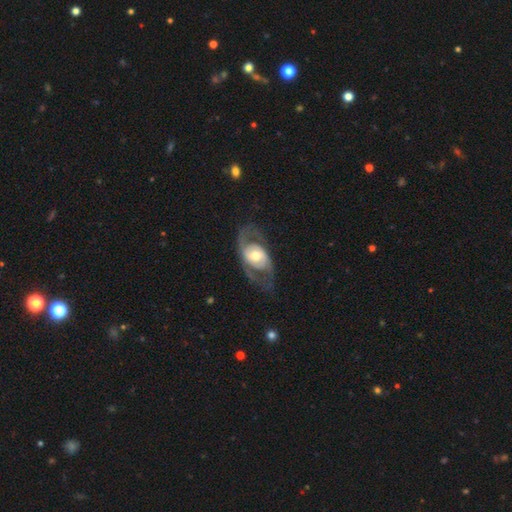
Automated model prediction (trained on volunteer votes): smooth_or_featured: featured or disk (p=0.81) [alt: smooth p=0.15]
disk_edge_on: no (p=0.94) [alt: yes p=0.06]
bar: no (p=0.59) [alt: weak p=0.30]
has_spiral_arms: yes (p=0.83) [alt: no p=0.17]
spiral_winding: medium (p=0.47) [alt: loose p=0.32]
spiral_arm_count: 2 (p=0.87) [alt: can't tell p=0.07]
bulge_size: moderate (p=0.66) [alt: large p=0.20]
merging: none (p=0.66) [alt: major disturbance p=0.17]